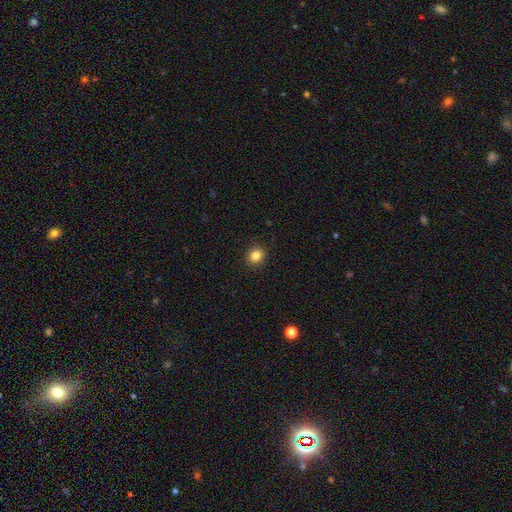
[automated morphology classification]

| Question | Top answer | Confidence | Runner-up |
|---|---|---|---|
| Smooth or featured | smooth | 85% | star or artifact (11%) |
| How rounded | round | 77% | in between (23%) |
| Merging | none | 91% | minor disturbance (6%) |